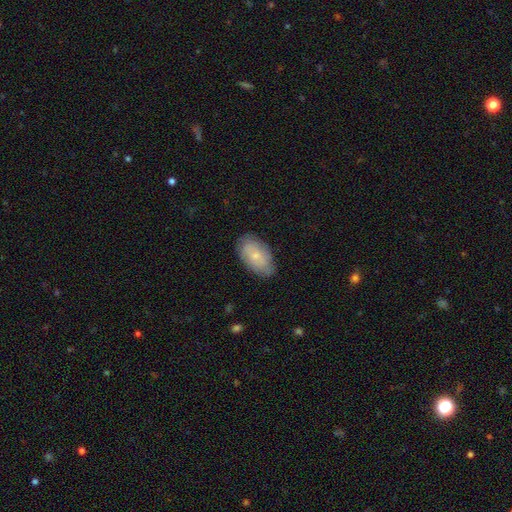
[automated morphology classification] smooth 64%, featured or disk 29%, star or artifact 7%. Down the decision tree: how rounded — in between (93%); merging — none (78%).